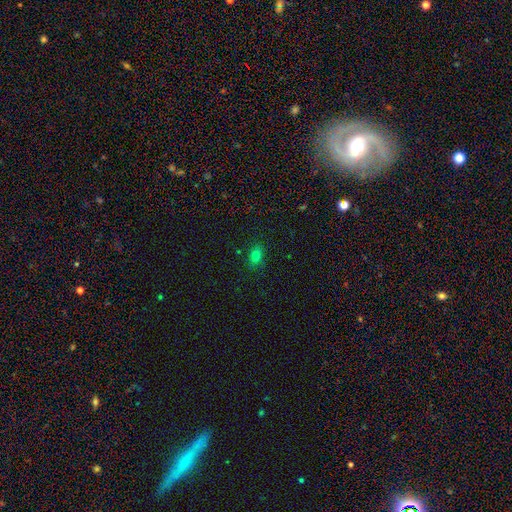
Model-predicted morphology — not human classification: Q: Smooth or featured?
A: smooth (76%); runner-up: star or artifact (16%)
Q: How rounded?
A: in between (71%); runner-up: round (27%)
Q: Merging?
A: none (84%); runner-up: minor disturbance (12%)